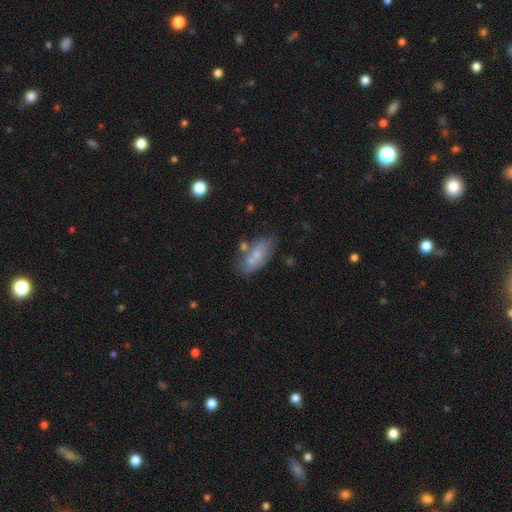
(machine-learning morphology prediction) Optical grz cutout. It shows a smooth galaxy with no disk features (63%) that is in between round and cigar-shaped (84%). Merging: none (55%).